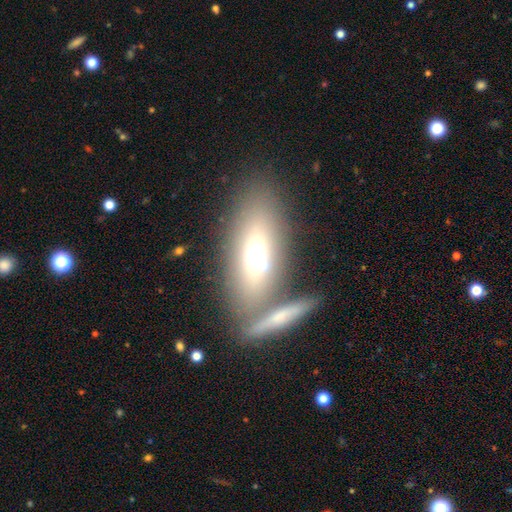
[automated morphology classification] smooth 60%, featured or disk 27%, star or artifact 13%. Down the decision tree: how rounded — in between (75%); merging — none (58%).